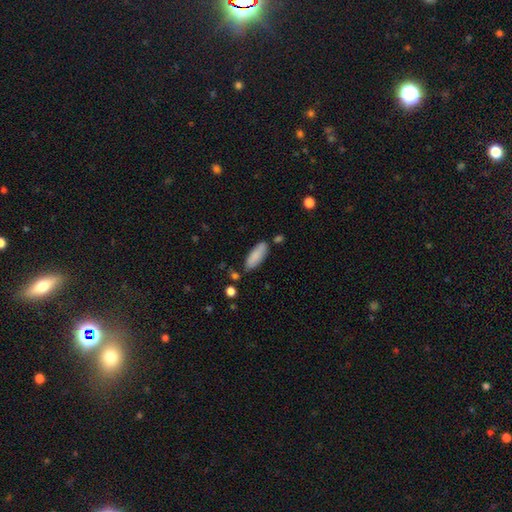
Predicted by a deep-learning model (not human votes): This is clearly a smooth galaxy (87%). How rounded: likely in between (69%). Merging: likely none (76%).